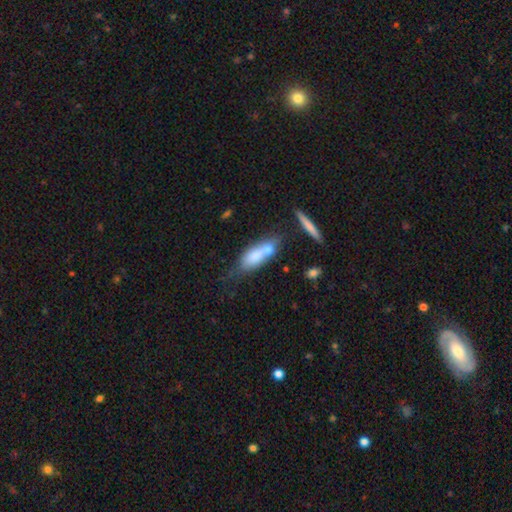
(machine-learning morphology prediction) Smooth or featured? smooth (70%)
How rounded? in between (64%)
Merging? merger (41%)